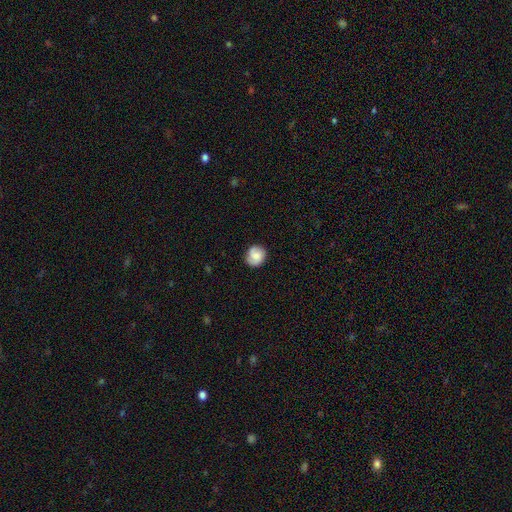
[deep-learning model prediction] Morphology: type=smooth (69%); roundness=round (82%); merging=none (80%).